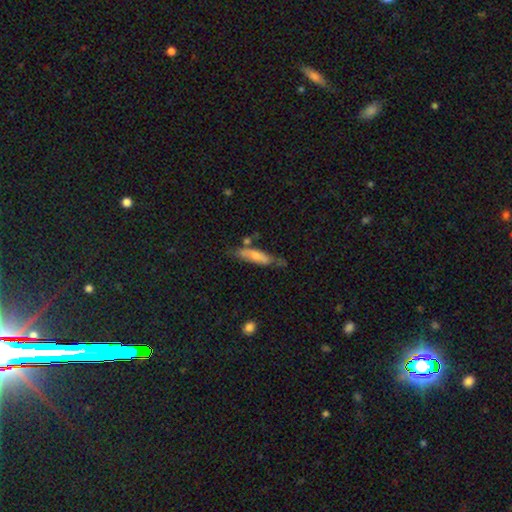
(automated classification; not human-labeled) Overall: smooth (64%; featured or disk 30%). How rounded: cigar-shaped (64%; in between 34%). Merging: none (50%; minor disturbance 29%).